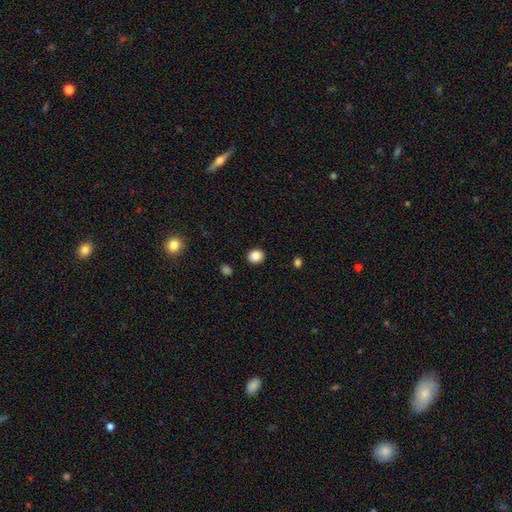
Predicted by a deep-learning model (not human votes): Smooth or featured? Predicted: smooth (p=0.85). How rounded? Predicted: round (p=0.72). Merging? Predicted: none (p=0.90).